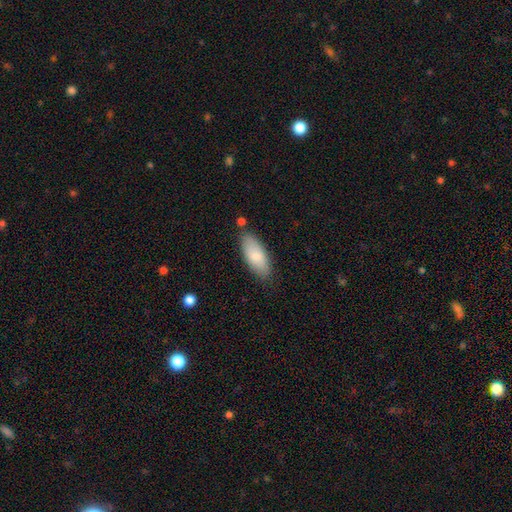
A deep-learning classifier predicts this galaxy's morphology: A smooth galaxy with no disk features (78%) that is in between round and cigar-shaped (83%).

Vote fractions:
- Smooth or featured? smooth: 78% / featured or disk: 16% / star or artifact: 6%
- How rounded? in between: 83% / cigar-shaped: 15% / round: 2%
- Merging? none: 78% / minor disturbance: 15% / merger: 4% / major disturbance: 3%